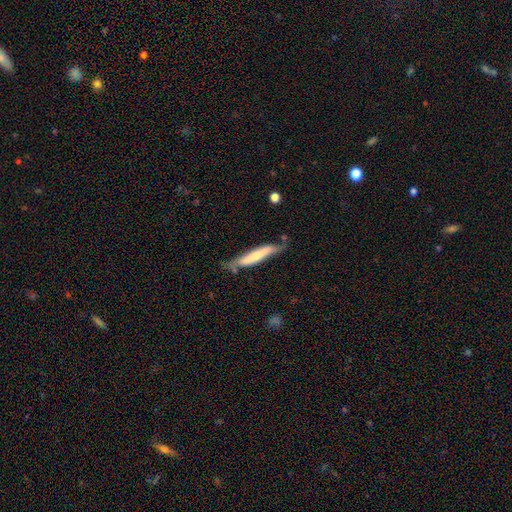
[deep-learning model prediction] The model was most divided on "smooth or featured": smooth: 55%, featured or disk: 39%, star or artifact: 5%. More confident: how rounded — cigar-shaped (92%); merging — none (63%).